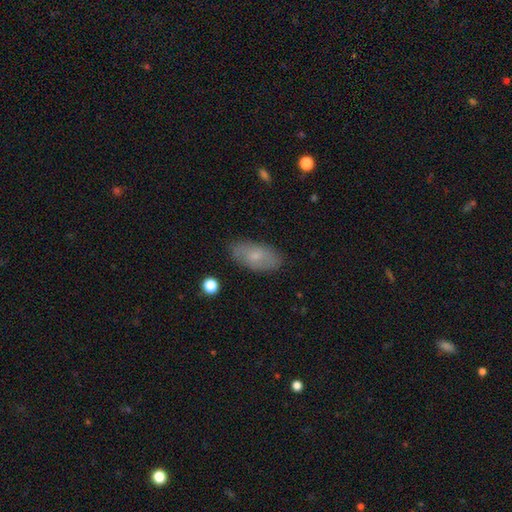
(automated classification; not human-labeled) The model was most divided on "smooth or featured": smooth: 67%, featured or disk: 25%, star or artifact: 8%. More confident: how rounded — in between (90%); merging — none (83%).